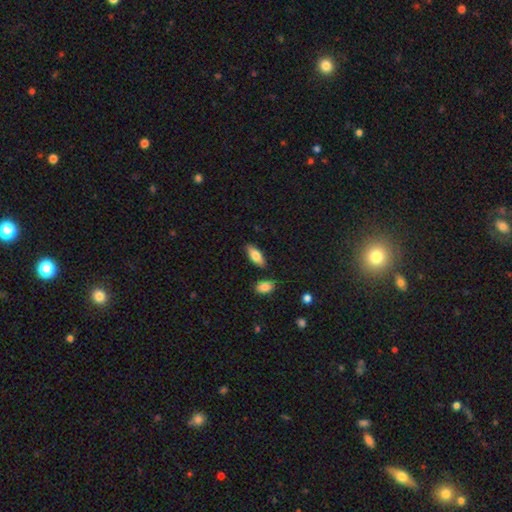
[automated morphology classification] smooth-or-featured: smooth: 79% | featured or disk: 15% | star or artifact: 6%
  how-rounded: in between: 79% | cigar-shaped: 19% | round: 2%
  merging: none: 83% | minor disturbance: 11% | merger: 4% | major disturbance: 2%